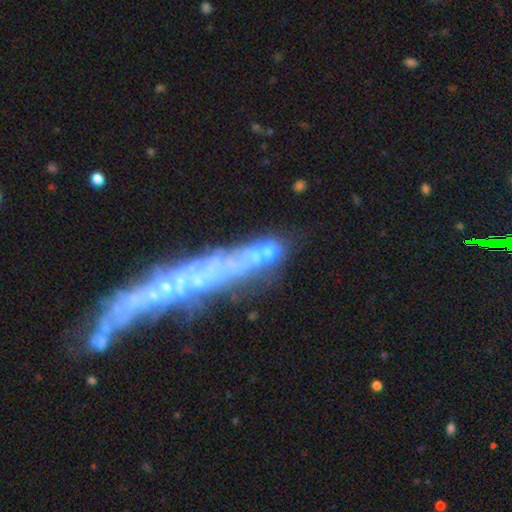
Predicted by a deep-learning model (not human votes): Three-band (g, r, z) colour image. It shows a featured or disk galaxy (63%) viewed edge-on (65%). Merging: none (64%).